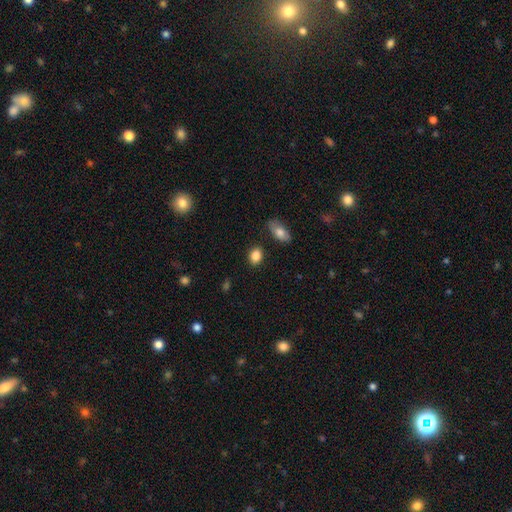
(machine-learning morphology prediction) Smooth or featured: smooth — 87% (star or artifact — 8%)
How rounded: in between — 66% (round — 32%)
Merging: none — 85% (minor disturbance — 9%)